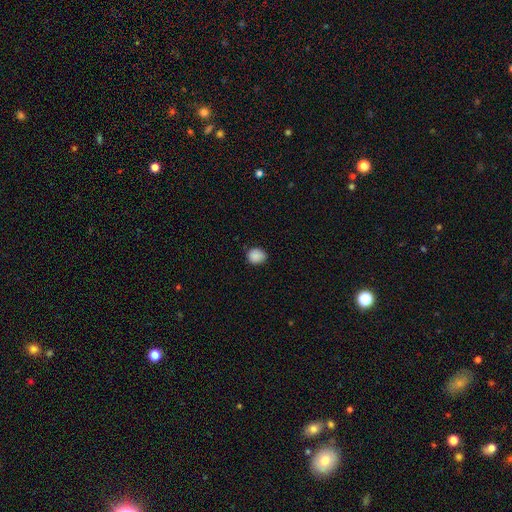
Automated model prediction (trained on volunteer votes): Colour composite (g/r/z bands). It shows a smooth galaxy with no disk features (88%) that is round (70%). Merging: none (83%).